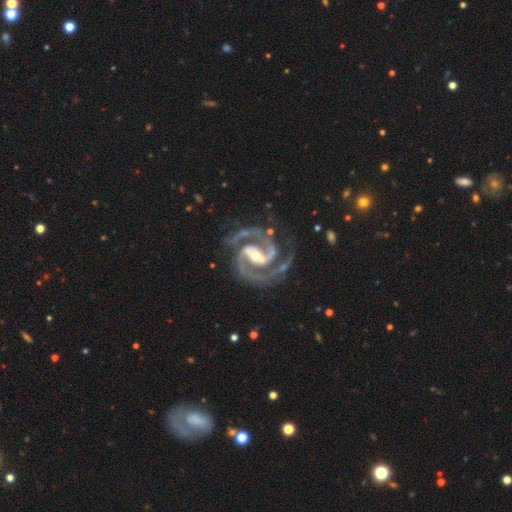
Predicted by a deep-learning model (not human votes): smooth-or-featured: featured or disk: 95% | star or artifact: 3% | smooth: 2%
  disk-edge-on: no: 98% | yes: 2%
    bar: strong: 54% | weak: 33% | no: 13%
    has-spiral-arms: yes: 99% | no: 1%
      spiral-winding: medium: 59% | tight: 35% | loose: 6%
      spiral-arm-count: 2: 86% | 3: 8% | can't tell: 2% | 4: 1% | 1: 1% | more than 4: 1%
    bulge-size: moderate: 57% | small: 37% | large: 4% | none: 1% | dominant: 1%
  merging: none: 75% | minor disturbance: 16% | major disturbance: 7% | merger: 2%